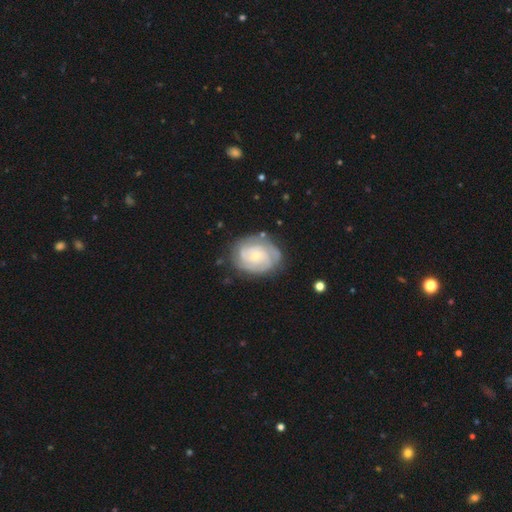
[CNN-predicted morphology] Smooth or featured? featured or disk (82%)
Edge-on disk? no (98%)
Bar? no (67%)
Spiral arms? yes (95%)
Spiral winding? tight (72%)
Spiral arm count? 2 (34%)
Bulge size? small (69%)
Merging? none (76%)